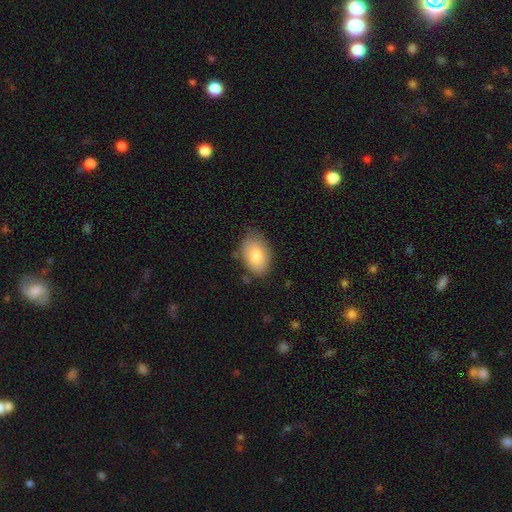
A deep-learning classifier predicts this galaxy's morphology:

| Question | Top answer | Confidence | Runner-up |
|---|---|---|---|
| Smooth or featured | smooth | 80% | featured or disk (12%) |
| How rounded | in between | 87% | round (11%) |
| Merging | none | 74% | minor disturbance (21%) |